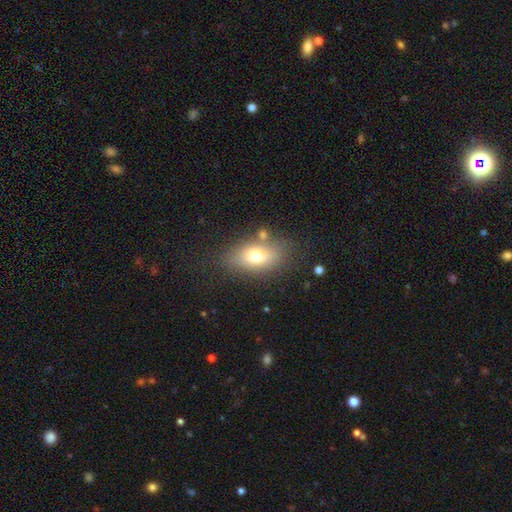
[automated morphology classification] Smooth or featured? smooth (71%)
How rounded? in between (81%)
Merging? none (72%)